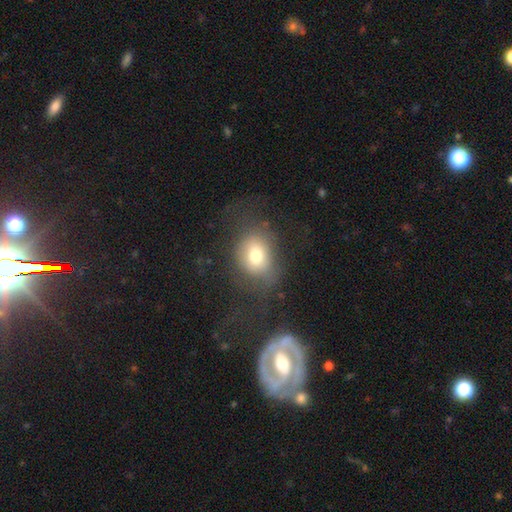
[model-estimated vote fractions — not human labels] Morphology: type=smooth (72%); roundness=round (54%); merging=none (53%).